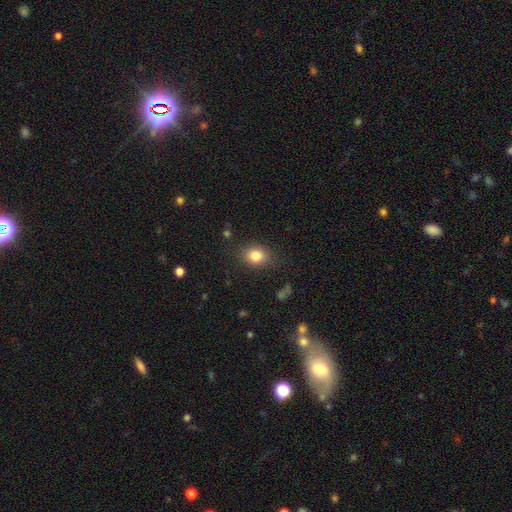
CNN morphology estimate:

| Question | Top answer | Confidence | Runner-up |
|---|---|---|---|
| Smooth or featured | smooth | 82% | star or artifact (10%) |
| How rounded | in between | 50% | round (49%) |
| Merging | none | 81% | minor disturbance (14%) |